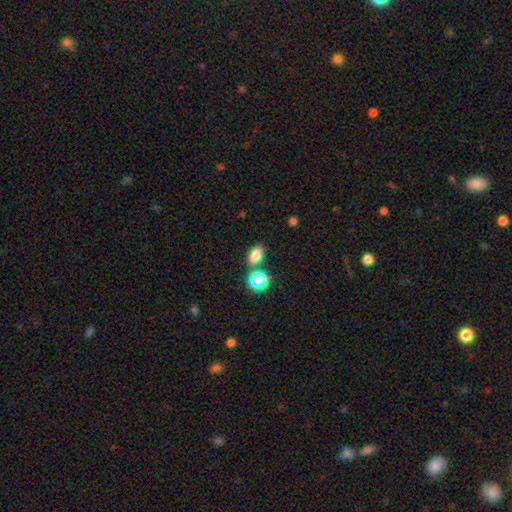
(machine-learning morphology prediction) Smooth or featured? smooth (78%)
How rounded? in between (80%)
Merging? none (75%)